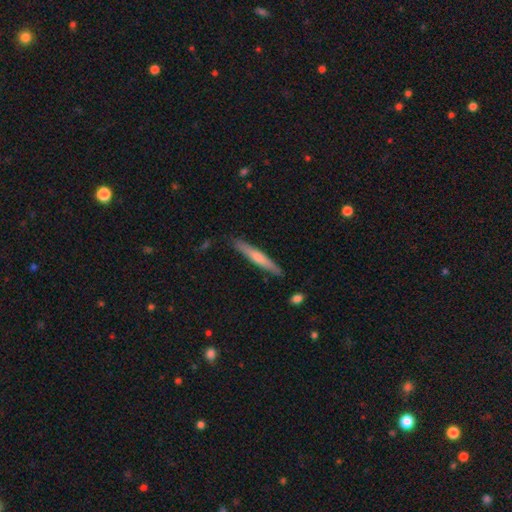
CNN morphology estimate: Overall: smooth (52%; featured or disk 42%). How rounded: cigar-shaped (95%). Merging: none (89%).